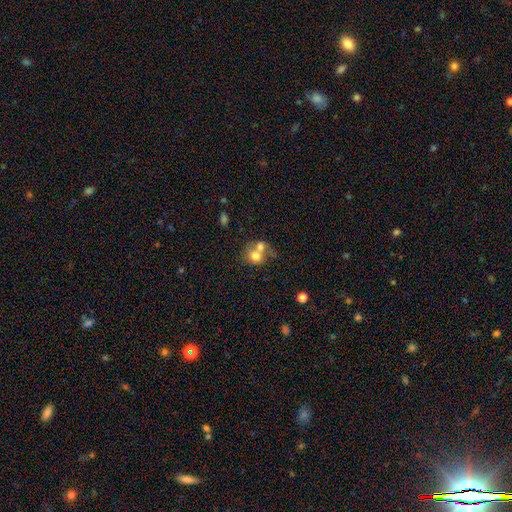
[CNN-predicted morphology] The model was most divided on "how rounded": round: 65%, in between: 34%, cigar-shaped: 1%. More confident: smooth or featured — smooth (69%); merging — merger (63%).